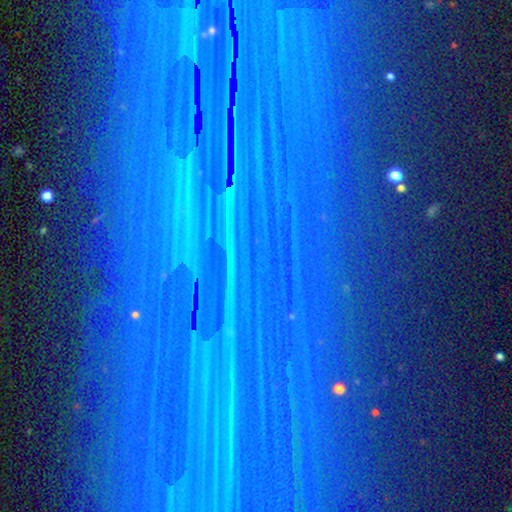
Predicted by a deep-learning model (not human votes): The model was most divided on "smooth or featured": star or artifact: 83%, featured or disk: 10%, smooth: 7%.